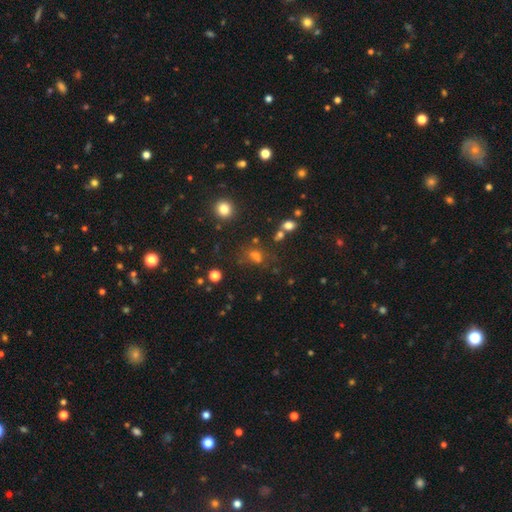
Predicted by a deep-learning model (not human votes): This appears to be a smooth galaxy with no disk features (53%) that is in between round and cigar-shaped (58%). Merging: none (59%).